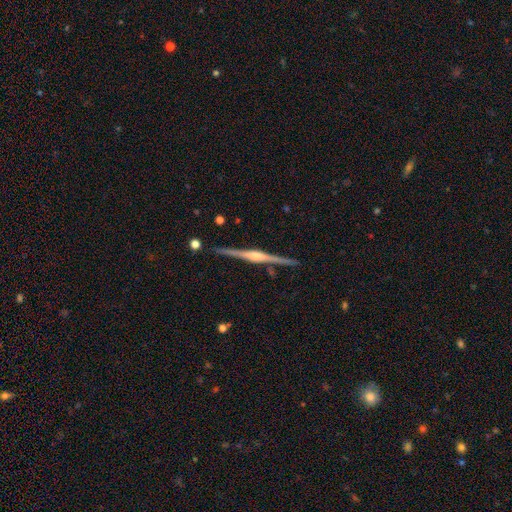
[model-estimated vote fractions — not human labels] smooth-or-featured: featured or disk: 88% | smooth: 7% | star or artifact: 5%
  disk-edge-on: yes: 99% | no: 1%
    edge-on-bulge: rounded: 76% | boxy: 17% | none: 7%
  merging: none: 91% | minor disturbance: 7% | merger: 1% | major disturbance: 1%